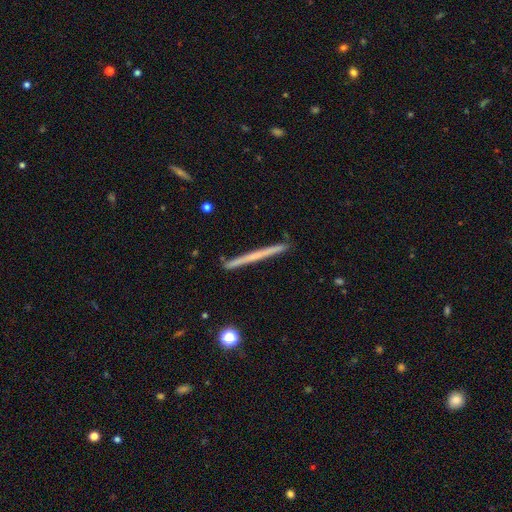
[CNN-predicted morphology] Overall: featured or disk (53%; smooth 41%). Edge-on disk: yes (98%). Edge-on bulge: none (85%). Merging: none (91%).